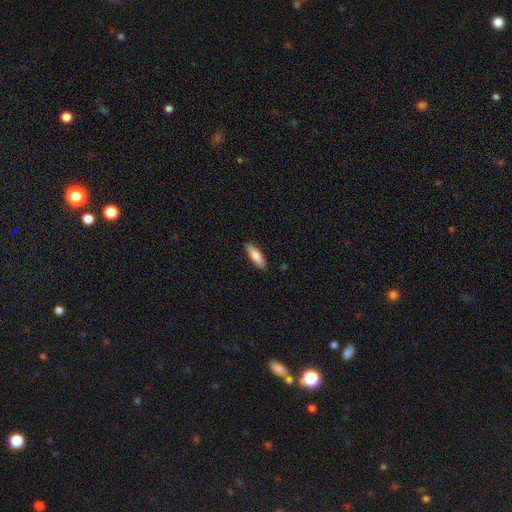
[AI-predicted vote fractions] Overall: smooth (81%). How rounded: cigar-shaped (55%; in between 43%). Merging: none (87%).